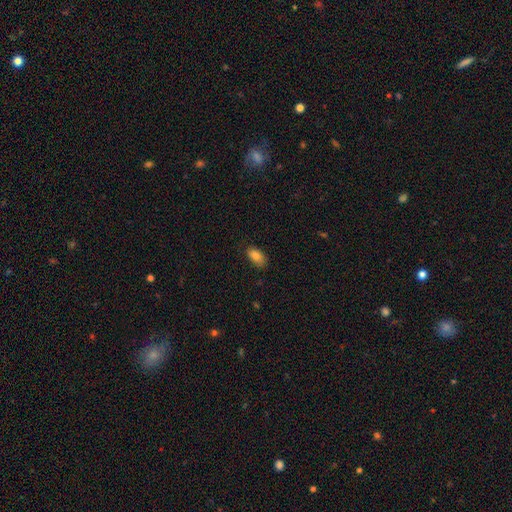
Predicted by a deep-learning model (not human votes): This is clearly a smooth galaxy (85%). How rounded: clearly in between (92%). Merging: likely none (80%).